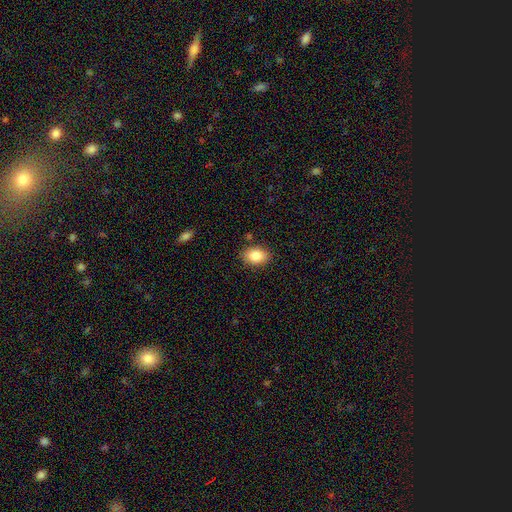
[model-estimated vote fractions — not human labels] Q: Smooth or featured?
A: smooth (85%); runner-up: star or artifact (8%)
Q: How rounded?
A: in between (80%); runner-up: round (19%)
Q: Merging?
A: none (85%); runner-up: minor disturbance (10%)